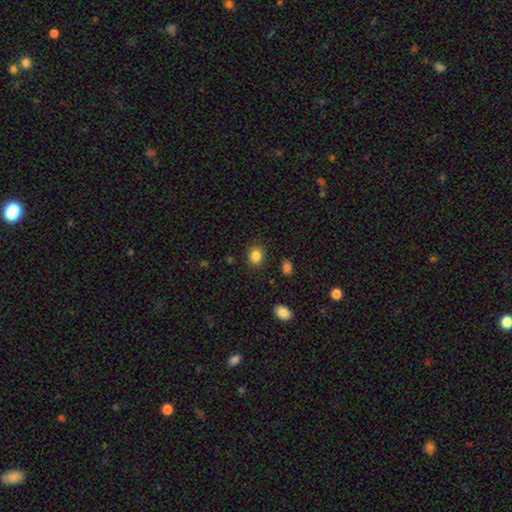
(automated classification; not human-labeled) smooth-or-featured: smooth: 86% | star or artifact: 10% | featured or disk: 4%
  how-rounded: round: 55% | in between: 44% | cigar-shaped: 1%
  merging: none: 87% | minor disturbance: 9% | major disturbance: 3% | merger: 2%